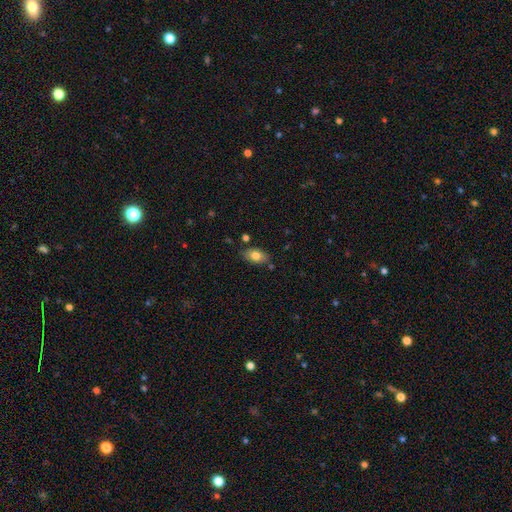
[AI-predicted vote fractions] The model was most divided on "merging": none: 79%, minor disturbance: 14%, merger: 4%, major disturbance: 3%. More confident: how rounded — in between (88%); smooth or featured — smooth (79%).